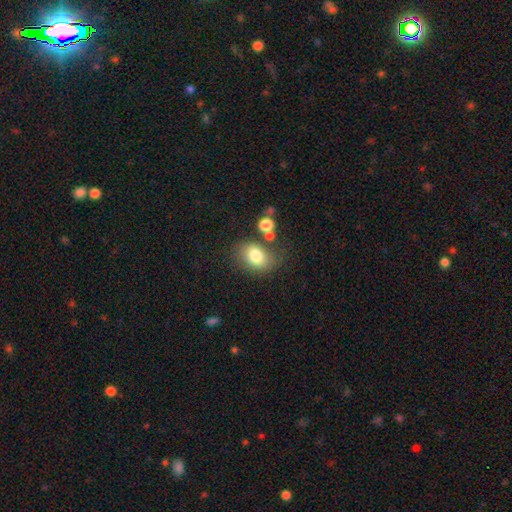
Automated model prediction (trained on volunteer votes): smooth-or-featured: smooth: 78% | featured or disk: 12% | star or artifact: 10%
  how-rounded: in between: 72% | round: 27% | cigar-shaped: 1%
  merging: none: 63% | minor disturbance: 18% | merger: 12% | major disturbance: 8%